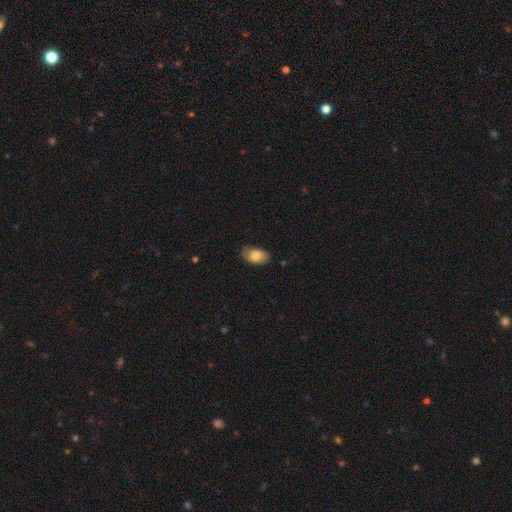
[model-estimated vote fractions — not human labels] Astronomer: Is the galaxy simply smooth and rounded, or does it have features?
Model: smooth — 81%.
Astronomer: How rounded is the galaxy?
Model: in between — 92%.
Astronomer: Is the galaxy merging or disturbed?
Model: none — 73%.